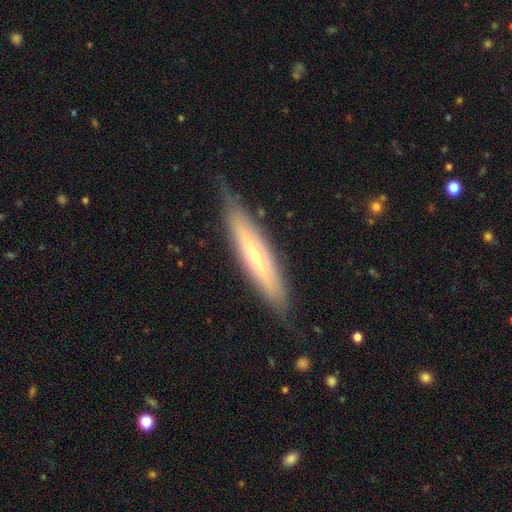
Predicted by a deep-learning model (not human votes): Smooth or featured? Predicted: featured or disk (p=0.60). Edge-on disk? Predicted: yes (p=0.80). Merging? Predicted: none (p=0.79).